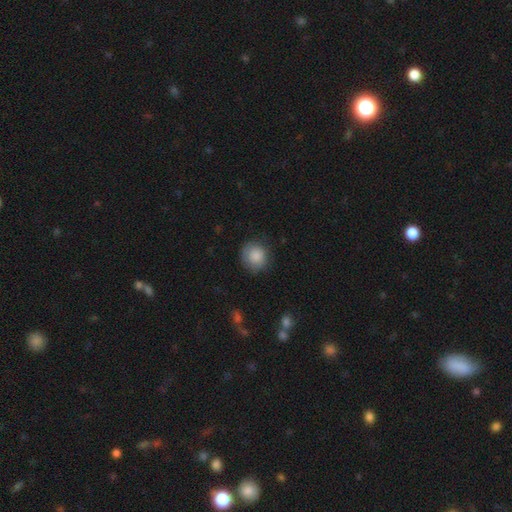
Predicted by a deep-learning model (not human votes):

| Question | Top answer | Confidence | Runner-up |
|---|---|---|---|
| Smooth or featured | smooth | 86% | star or artifact (7%) |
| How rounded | round | 88% | in between (11%) |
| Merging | none | 80% | minor disturbance (15%) |